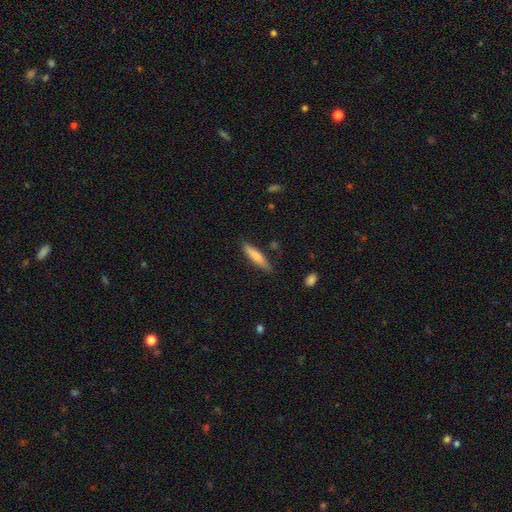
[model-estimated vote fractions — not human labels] This appears to be a smooth galaxy with no disk features (76%) that is cigar-shaped (83%). Merging: none (78%).